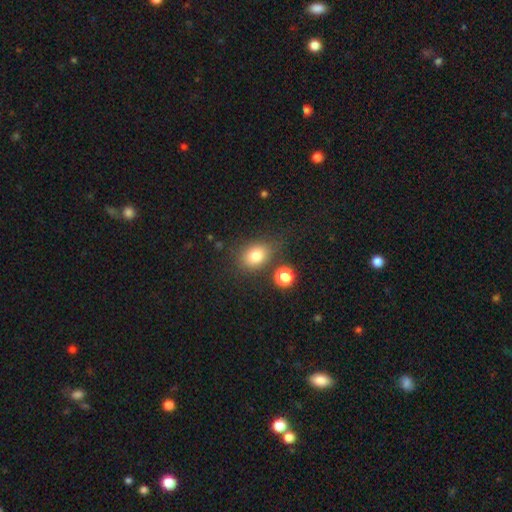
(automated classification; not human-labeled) smooth-or-featured: smooth: 79% | star or artifact: 12% | featured or disk: 9%
  how-rounded: in between: 57% | round: 42% | cigar-shaped: 1%
  merging: none: 67% | minor disturbance: 17% | merger: 10% | major disturbance: 6%